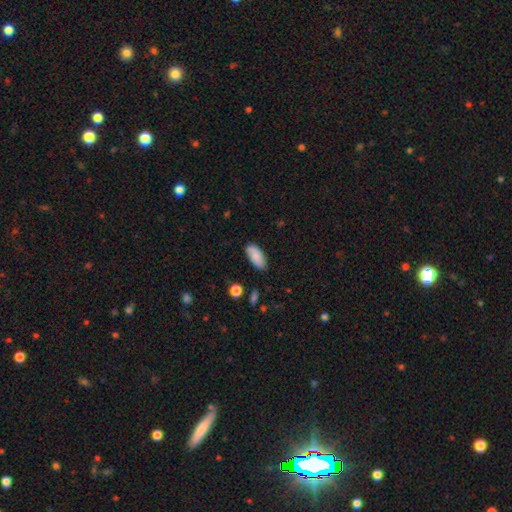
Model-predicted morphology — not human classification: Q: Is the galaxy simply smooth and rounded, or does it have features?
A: smooth — 84%.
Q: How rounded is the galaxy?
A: in between — 90%.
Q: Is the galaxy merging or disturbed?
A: none — 83%.